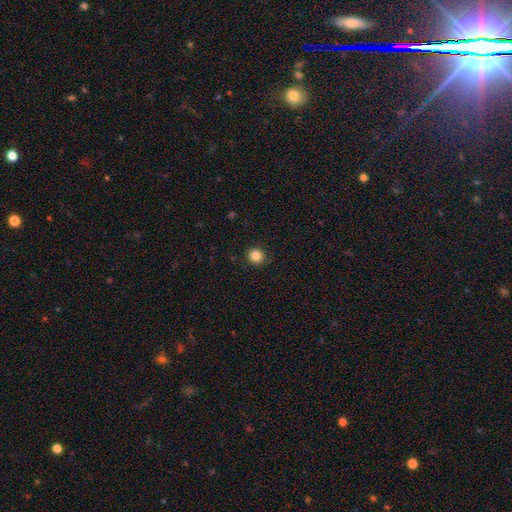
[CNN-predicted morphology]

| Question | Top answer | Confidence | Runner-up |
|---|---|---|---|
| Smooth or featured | smooth | 85% | star or artifact (11%) |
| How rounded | round | 91% | in between (8%) |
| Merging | none | 91% | minor disturbance (6%) |